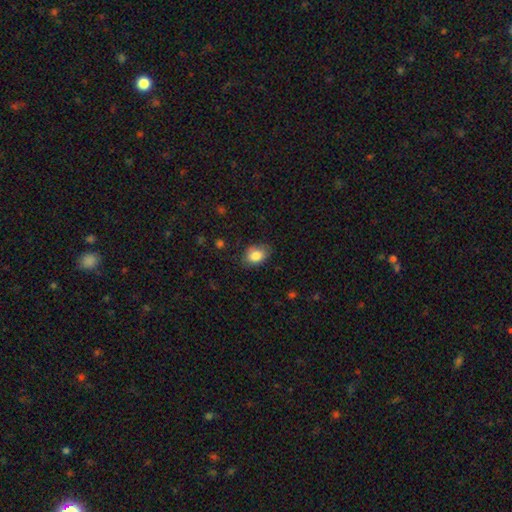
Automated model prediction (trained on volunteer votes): Q: Smooth or featured?
A: smooth (84%); runner-up: featured or disk (8%)
Q: How rounded?
A: in between (77%); runner-up: round (22%)
Q: Merging?
A: none (75%); runner-up: minor disturbance (20%)